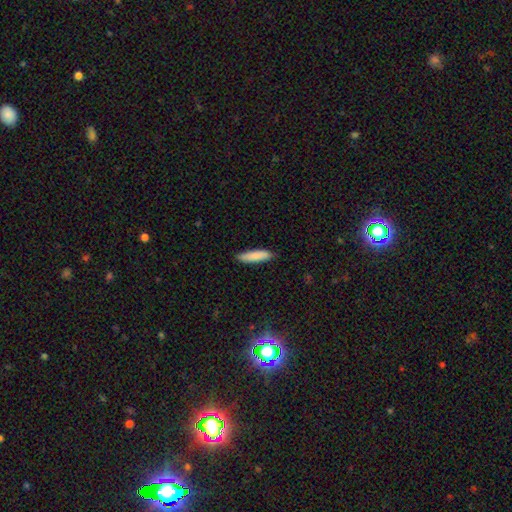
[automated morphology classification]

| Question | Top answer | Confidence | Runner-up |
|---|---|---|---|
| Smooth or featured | smooth | 86% | featured or disk (8%) |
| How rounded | cigar-shaped | 74% | in between (25%) |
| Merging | none | 87% | minor disturbance (11%) |